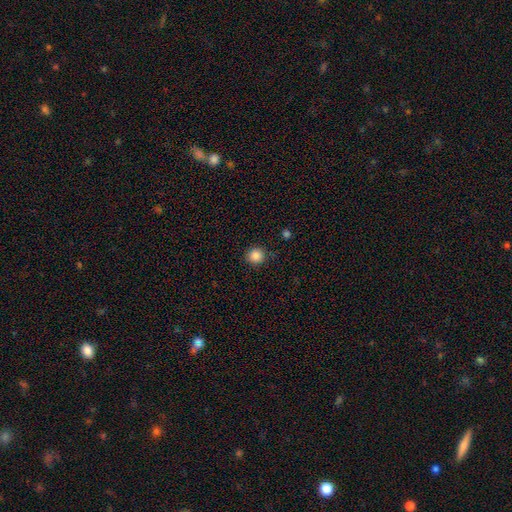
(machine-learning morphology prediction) Smooth or featured: smooth — 86% (star or artifact — 11%)
How rounded: round — 92% (in between — 7%)
Merging: none — 88% (minor disturbance — 8%)